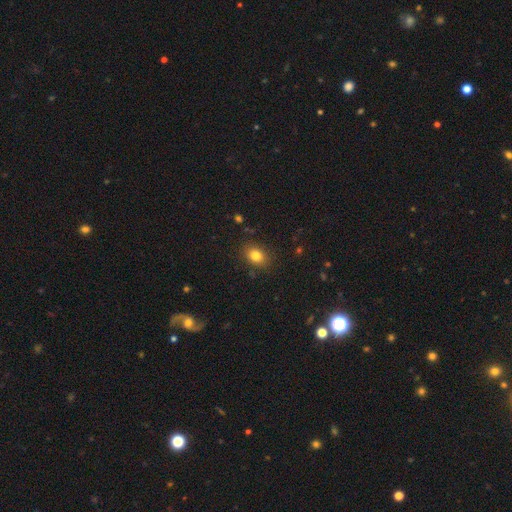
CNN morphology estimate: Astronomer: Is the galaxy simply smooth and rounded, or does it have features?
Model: smooth — 82%.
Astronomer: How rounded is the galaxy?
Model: in between — 62%.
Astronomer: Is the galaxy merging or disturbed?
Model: none — 85%.